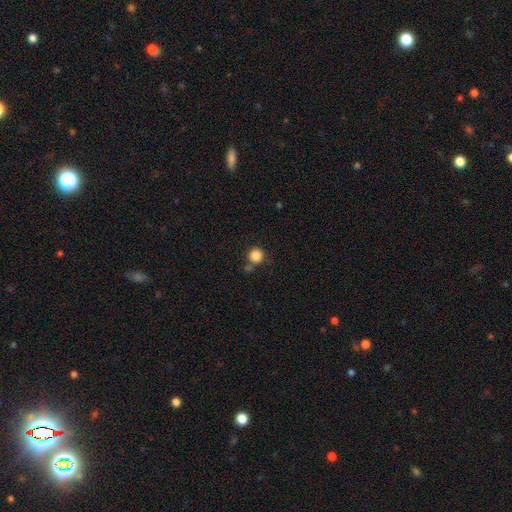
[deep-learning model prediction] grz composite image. It shows a smooth galaxy with no disk features (85%) that is round (94%). Merging: none (72%).